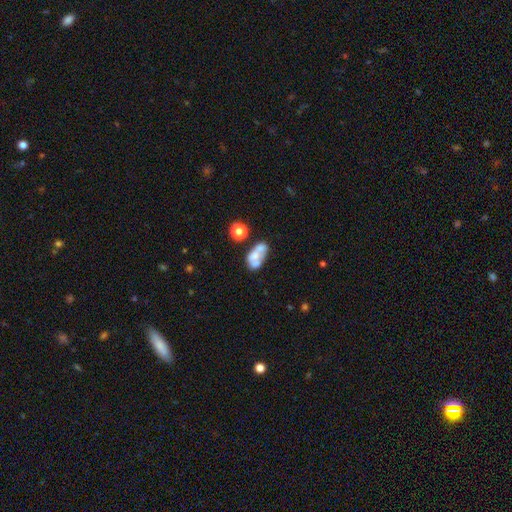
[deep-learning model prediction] This is marginally a smooth galaxy (45%). Merging: possibly merger (48%).